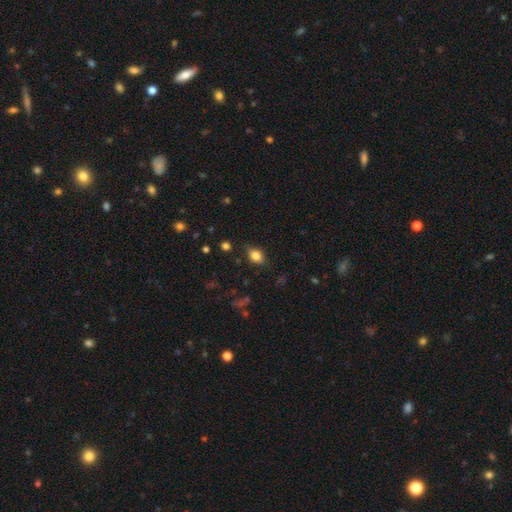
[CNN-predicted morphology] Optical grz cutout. It shows a smooth galaxy with no disk features (78%) that is in between round and cigar-shaped (75%). Merging: none (79%).